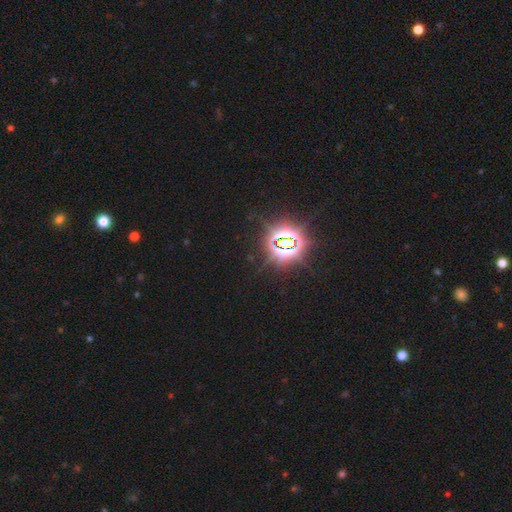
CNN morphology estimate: A star or artifact, not a galaxy (85%).